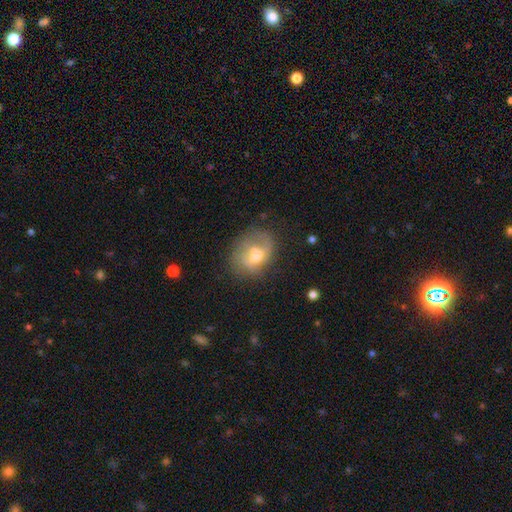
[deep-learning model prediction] smooth 49%, featured or disk 42%, star or artifact 9%. Down the decision tree: merging — none (43%).